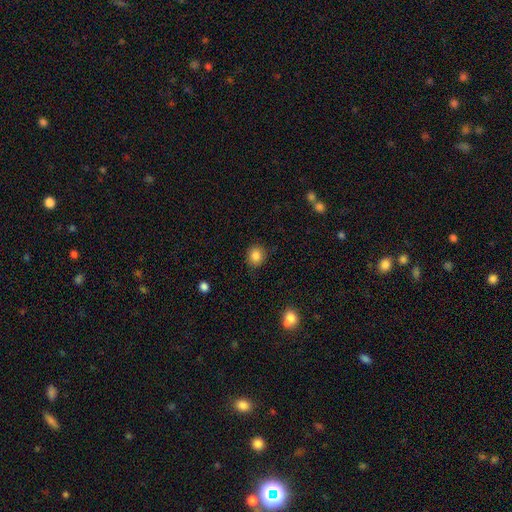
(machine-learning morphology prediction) This is clearly a smooth galaxy (85%). How rounded: likely round (79%). Merging: clearly none (85%).